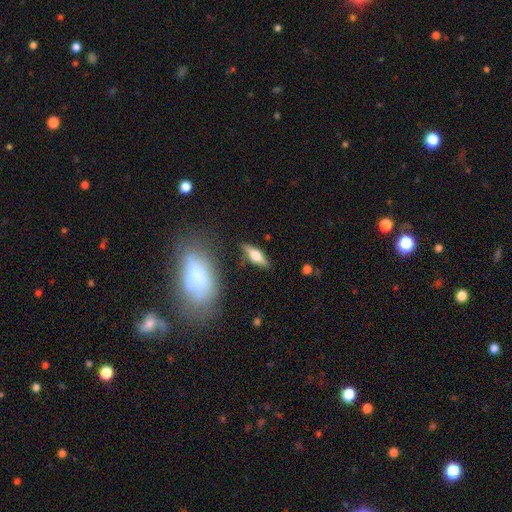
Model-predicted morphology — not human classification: Overall: featured or disk (53%; smooth 41%). Edge-on disk: yes (91%). Merging: none (84%).